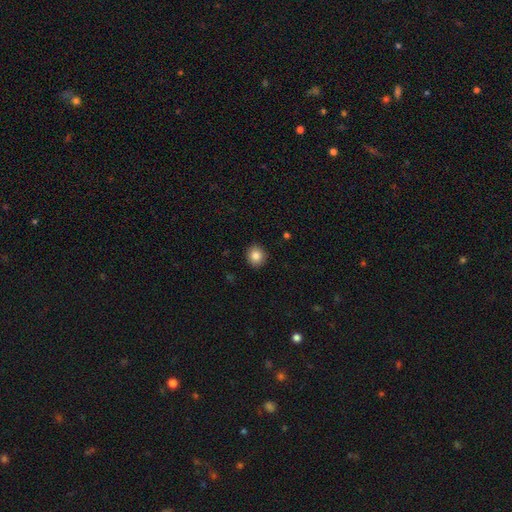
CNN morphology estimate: Smooth or featured? Predicted: smooth (p=0.85). How rounded? Predicted: round (p=0.85). Merging? Predicted: none (p=0.91).